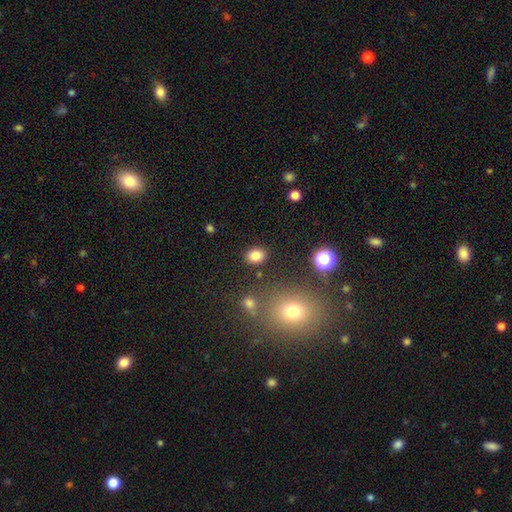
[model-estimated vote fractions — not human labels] smooth-or-featured: smooth: 83% | star or artifact: 11% | featured or disk: 6%
  how-rounded: in between: 58% | round: 41% | cigar-shaped: 1%
  merging: none: 85% | minor disturbance: 9% | merger: 3% | major disturbance: 3%